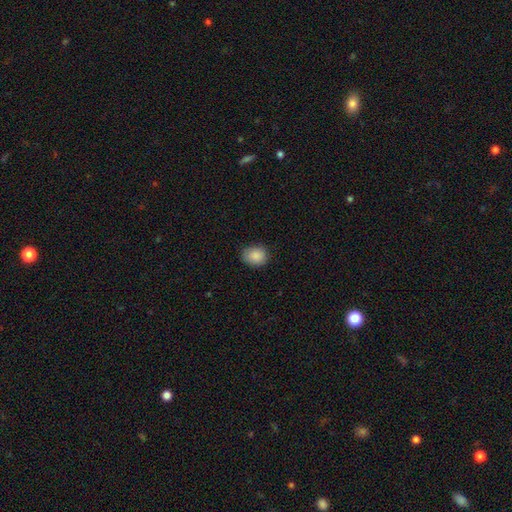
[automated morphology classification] Q: Smooth or featured?
A: smooth (88%); runner-up: star or artifact (8%)
Q: How rounded?
A: round (58%); runner-up: in between (41%)
Q: Merging?
A: none (79%); runner-up: minor disturbance (18%)